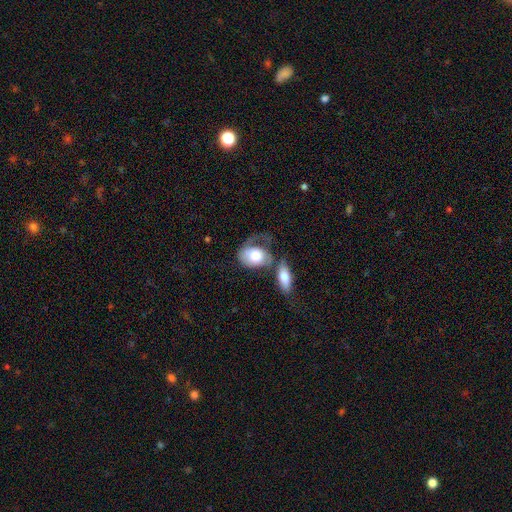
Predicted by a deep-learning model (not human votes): smooth 62%, featured or disk 33%, star or artifact 5%. Down the decision tree: how rounded — in between (80%); merging — merger (33%).